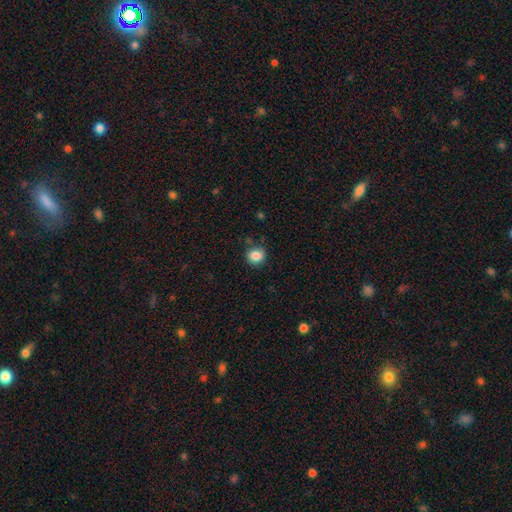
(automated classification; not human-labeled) The model was most divided on "merging": none: 80%, minor disturbance: 15%, major disturbance: 3%, merger: 2%. More confident: smooth or featured — smooth (84%); how rounded — round (83%).